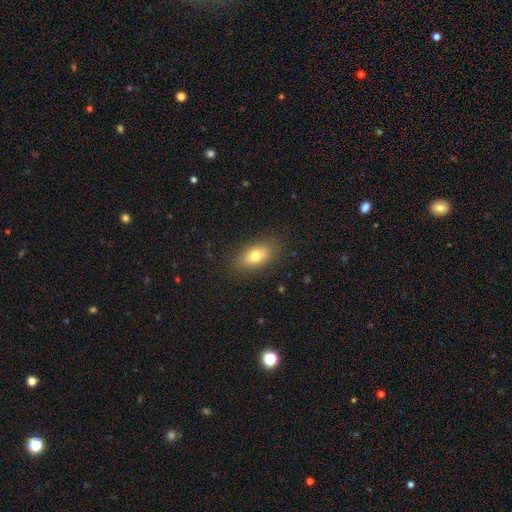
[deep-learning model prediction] Overall: smooth (74%). How rounded: in between (84%). Merging: none (85%).